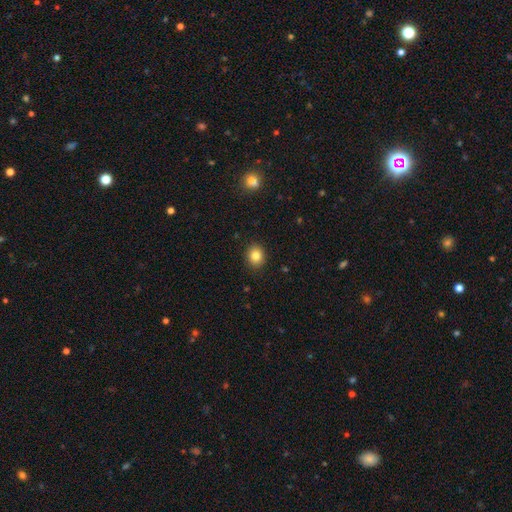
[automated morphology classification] Smooth or featured? smooth (83%)
How rounded? round (67%)
Merging? none (90%)